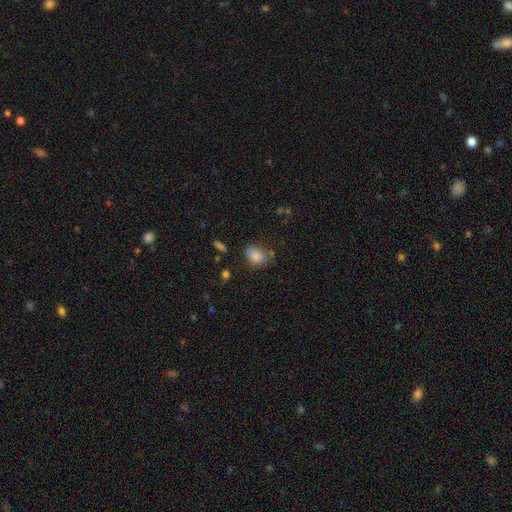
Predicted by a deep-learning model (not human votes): This is clearly a smooth galaxy (85%). How rounded: likely in between (69%). Merging: likely none (69%).